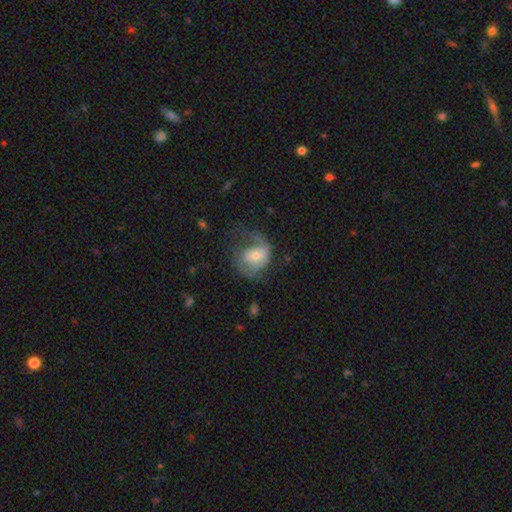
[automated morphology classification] A featured or disk galaxy (52%) with no bar (54%), spiral arms (70%) and a moderate central bulge (49%).

Vote fractions:
- Smooth or featured? featured or disk: 52% / smooth: 40% / star or artifact: 8%
- Edge-on disk? no: 96% / yes: 4%
- Bar? no: 54% / weak: 34% / strong: 12%
- Spiral arms? yes: 70% / no: 30%
- Bulge size? moderate: 49% / small: 41% / large: 6% / none: 3% / dominant: 1%
- Merging? major disturbance: 40% / none: 34% / minor disturbance: 23% / merger: 2%